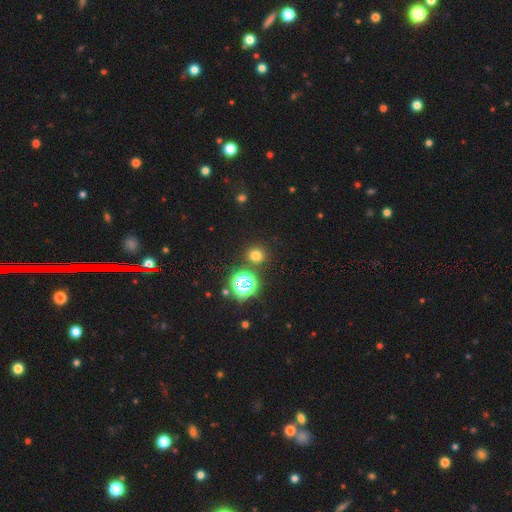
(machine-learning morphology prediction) Smooth or featured?
  - smooth: 67% *
  - star or artifact: 28%
  - featured or disk: 6%
How rounded?
  - round: 89% *
  - in between: 10%
  - cigar-shaped: 1%
Merging?
  - none: 86% *
  - minor disturbance: 7%
  - merger: 4%
  - major disturbance: 3%